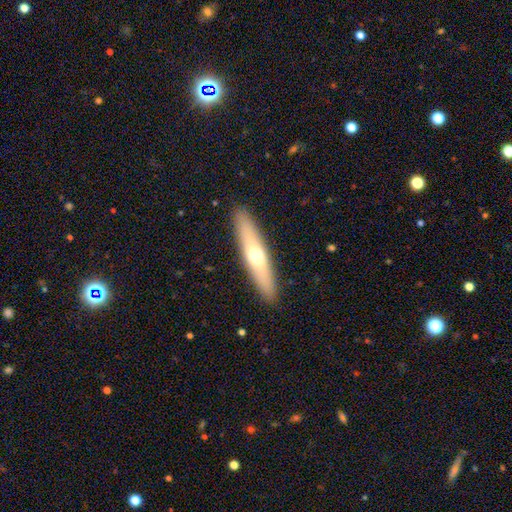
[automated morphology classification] type=smooth (49%); merging=none (92%).